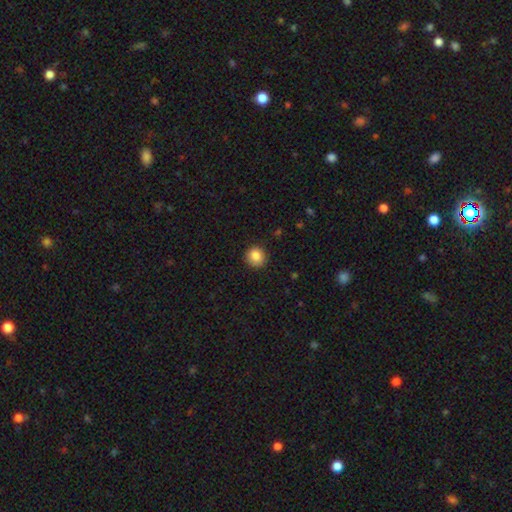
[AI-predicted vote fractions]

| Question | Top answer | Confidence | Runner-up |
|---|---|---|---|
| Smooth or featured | smooth | 86% | star or artifact (9%) |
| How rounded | round | 89% | in between (10%) |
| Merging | none | 89% | minor disturbance (8%) |